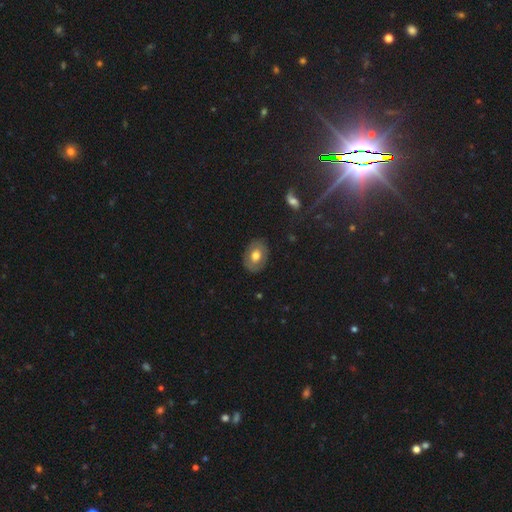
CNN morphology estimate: Overall: smooth (59%; featured or disk 34%). How rounded: in between (67%; round 32%). Merging: none (85%).